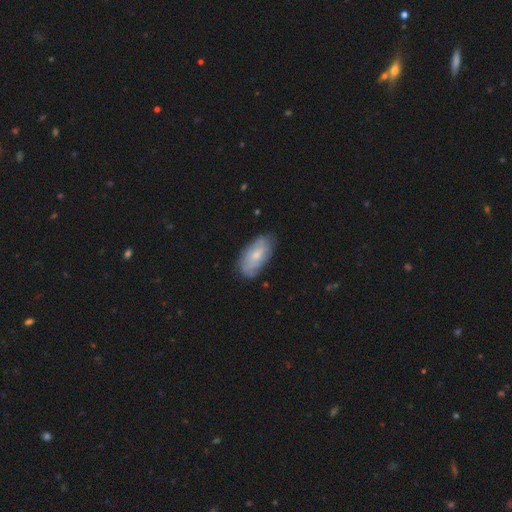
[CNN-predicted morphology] Smooth or featured? smooth (52%)
How rounded? in between (91%)
Merging? none (74%)